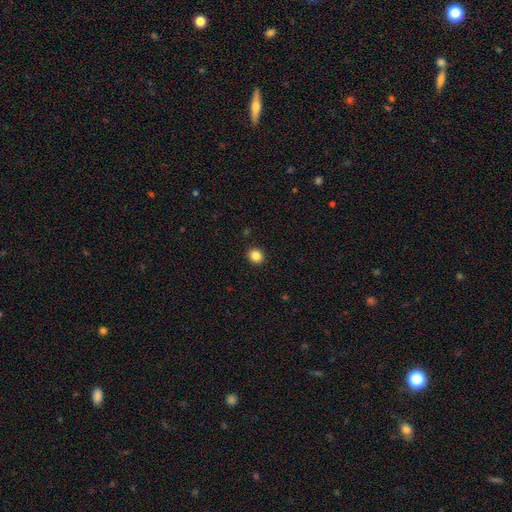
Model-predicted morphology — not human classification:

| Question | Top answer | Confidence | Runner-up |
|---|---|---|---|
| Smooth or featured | smooth | 85% | star or artifact (11%) |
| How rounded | round | 83% | in between (16%) |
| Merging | none | 92% | minor disturbance (5%) |